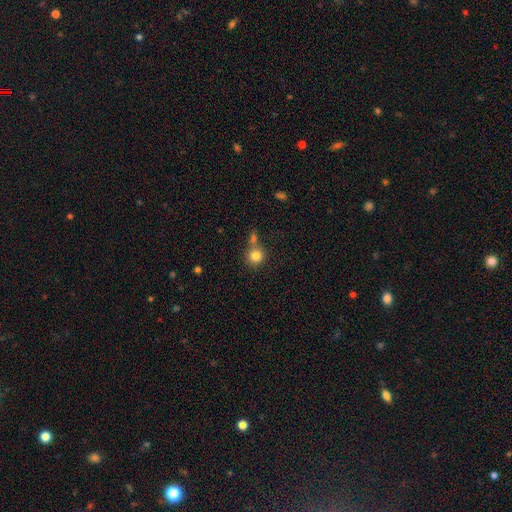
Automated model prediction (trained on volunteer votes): This is clearly a smooth galaxy (82%). How rounded: clearly round (90%). Merging: likely none (60%).